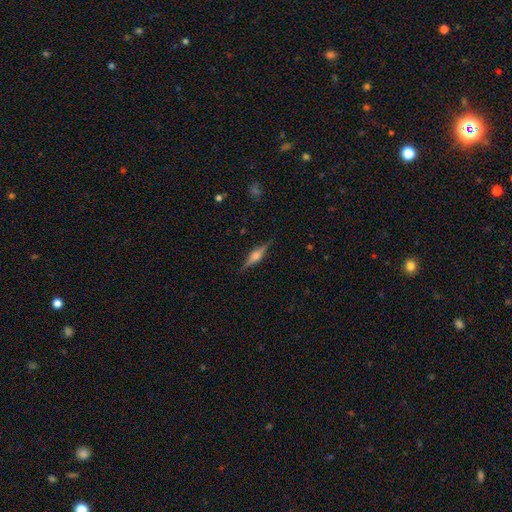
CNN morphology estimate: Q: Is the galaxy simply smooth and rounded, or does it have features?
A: featured or disk — 77%.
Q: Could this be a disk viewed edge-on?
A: yes — 98%.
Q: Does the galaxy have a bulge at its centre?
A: rounded — 87%.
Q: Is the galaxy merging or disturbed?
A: none — 89%.